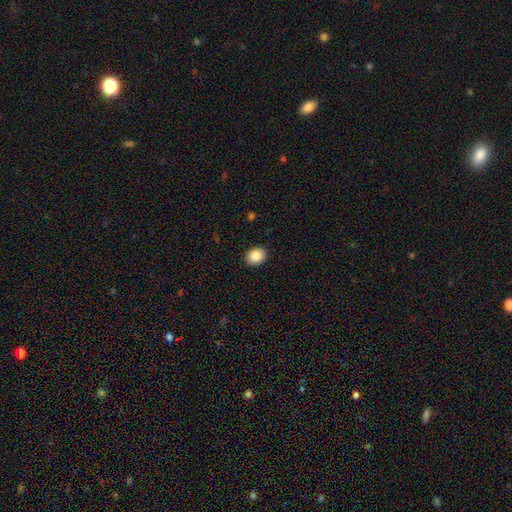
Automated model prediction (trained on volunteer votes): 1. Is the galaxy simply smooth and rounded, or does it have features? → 87% smooth, 8% star or artifact, 5% featured or disk.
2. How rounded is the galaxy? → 55% in between, 44% round, 1% cigar-shaped.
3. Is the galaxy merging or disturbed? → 90% none, 7% minor disturbance, 2% major disturbance, 1% merger.